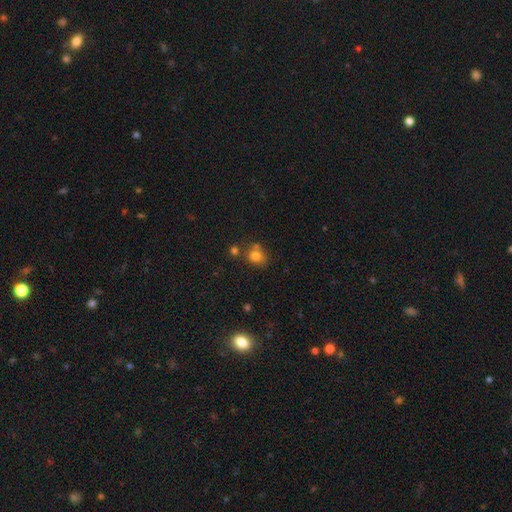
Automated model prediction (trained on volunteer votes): This appears to be a smooth galaxy with no disk features (76%) that is round (71%). Merging: none (57%).